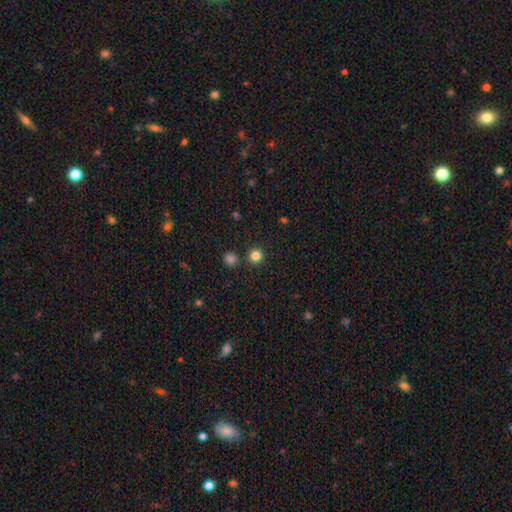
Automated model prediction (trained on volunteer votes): This appears to be a smooth galaxy with no disk features (83%) that is round (94%). Merging: none (89%).